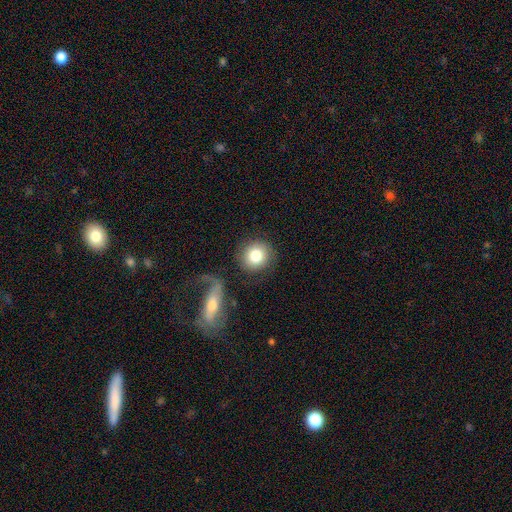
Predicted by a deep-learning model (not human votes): smooth_or_featured: smooth (p=0.80) [alt: featured or disk p=0.12]
how_rounded: round (p=0.89) [alt: in between p=0.09]
merging: none (p=0.77) [alt: minor disturbance p=0.10]